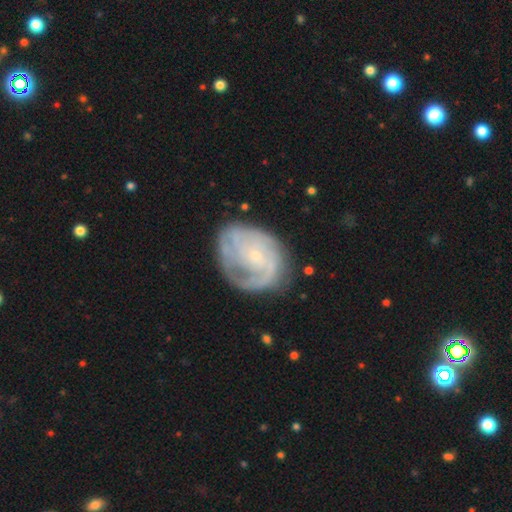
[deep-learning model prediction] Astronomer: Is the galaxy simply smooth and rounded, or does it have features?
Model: featured or disk — 77%.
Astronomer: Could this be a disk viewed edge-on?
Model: no — 97%.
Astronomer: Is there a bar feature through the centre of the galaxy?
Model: no — 73%.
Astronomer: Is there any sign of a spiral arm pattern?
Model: yes — 87%.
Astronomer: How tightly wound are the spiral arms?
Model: tight — 52% (runner-up: medium, 33%).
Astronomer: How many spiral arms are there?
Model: can't tell — 37% (runner-up: 2, 29%).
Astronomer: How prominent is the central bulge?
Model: small — 81%.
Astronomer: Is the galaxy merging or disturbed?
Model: none — 63%.